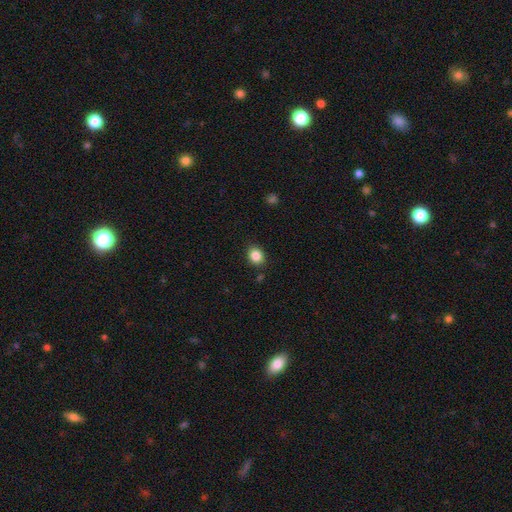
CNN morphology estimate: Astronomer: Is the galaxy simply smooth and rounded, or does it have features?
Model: smooth — 86%.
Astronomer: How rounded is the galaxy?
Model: round — 62% (runner-up: in between, 37%).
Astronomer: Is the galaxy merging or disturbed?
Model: none — 87%.